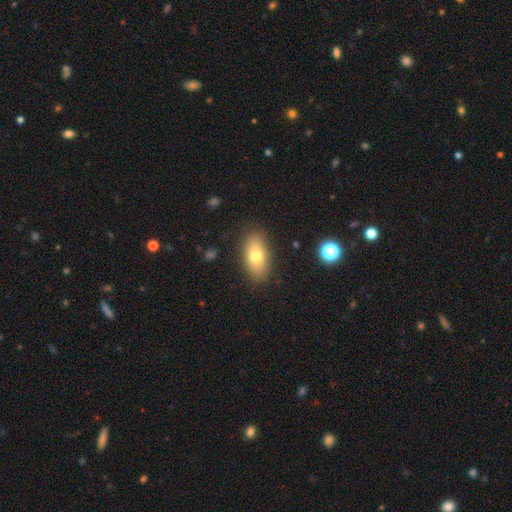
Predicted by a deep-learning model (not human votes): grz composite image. It shows a smooth galaxy with no disk features (74%) that is in between round and cigar-shaped (89%). Merging: none (87%).